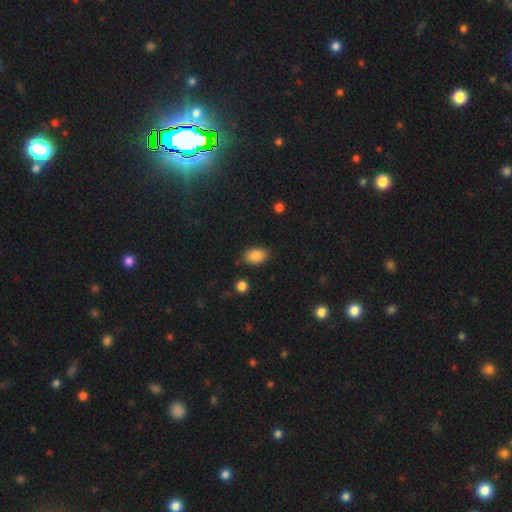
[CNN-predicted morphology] Smooth or featured: smooth — 87% (star or artifact — 8%)
How rounded: in between — 89% (round — 10%)
Merging: none — 83% (minor disturbance — 12%)